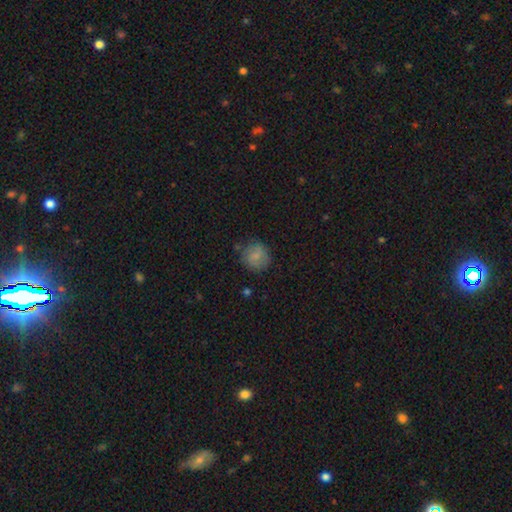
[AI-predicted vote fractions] smooth_or_featured: smooth (p=0.73) [alt: featured or disk p=0.19]
how_rounded: round (p=0.86) [alt: in between p=0.13]
merging: none (p=0.74) [alt: minor disturbance p=0.18]